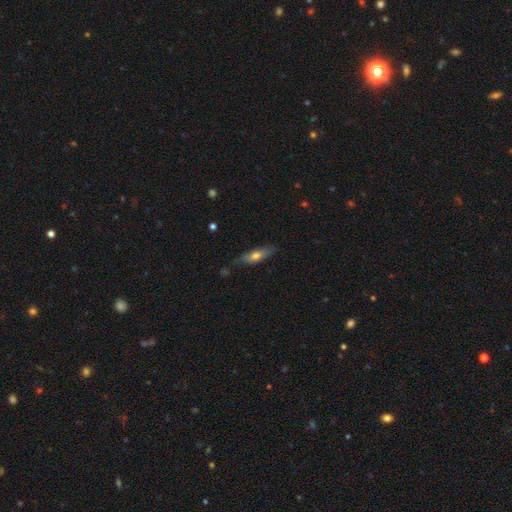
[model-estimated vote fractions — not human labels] A smooth galaxy with no disk features (57%) that is cigar-shaped (56%). Merging: none (72%).